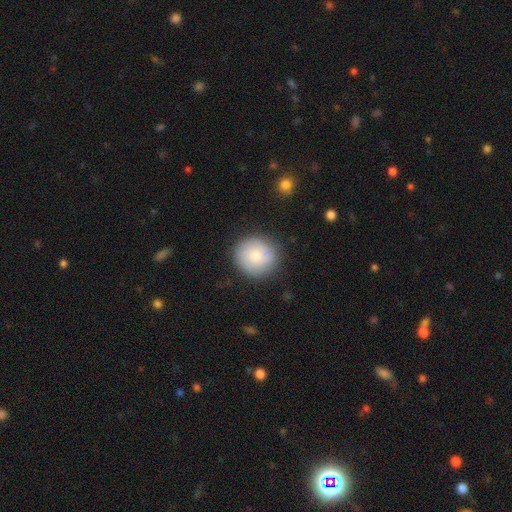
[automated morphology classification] The model was most divided on "smooth or featured": smooth: 76%, featured or disk: 17%, star or artifact: 7%. More confident: how rounded — round (92%); merging — none (84%).